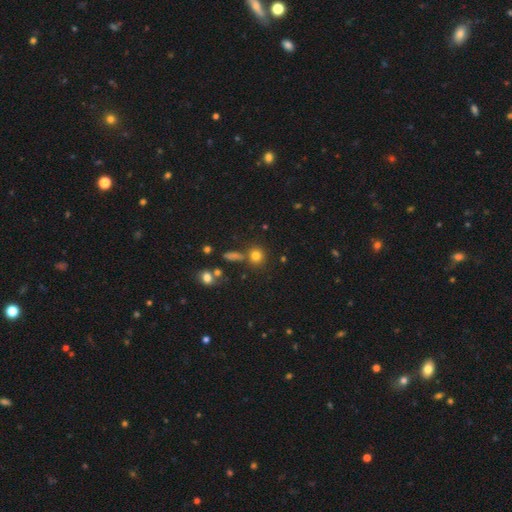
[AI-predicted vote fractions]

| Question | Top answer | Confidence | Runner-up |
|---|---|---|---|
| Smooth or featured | smooth | 77% | star or artifact (15%) |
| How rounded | round | 86% | in between (13%) |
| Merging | none | 73% | merger (13%) |